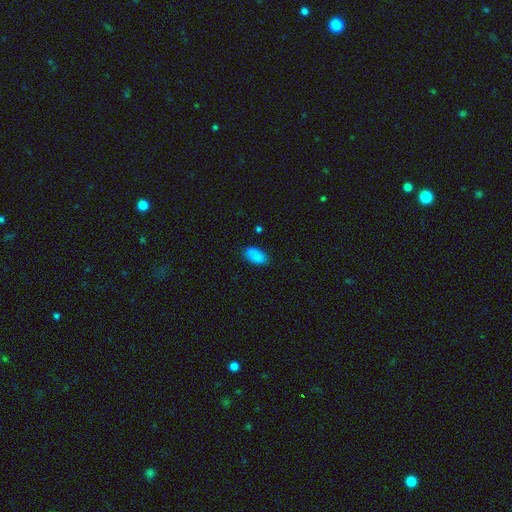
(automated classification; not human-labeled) Q: Smooth or featured?
A: smooth (82%); runner-up: featured or disk (9%)
Q: How rounded?
A: in between (90%); runner-up: round (6%)
Q: Merging?
A: none (63%); runner-up: minor disturbance (18%)